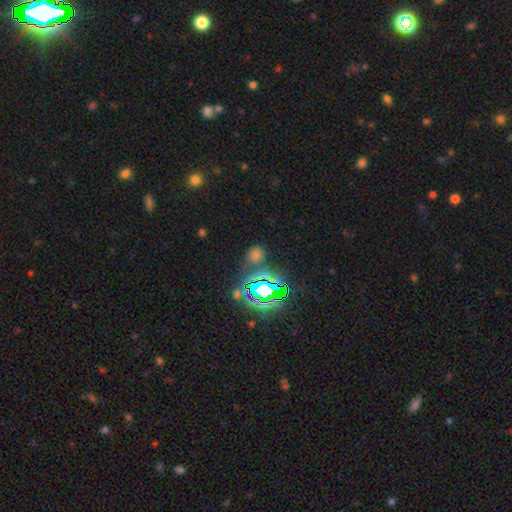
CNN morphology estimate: A star or artifact, not a galaxy (57%).